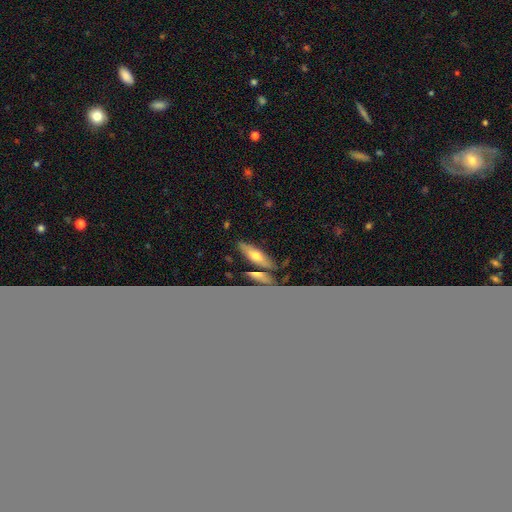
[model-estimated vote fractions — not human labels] smooth-or-featured: smooth: 58% | featured or disk: 36% | star or artifact: 6%
  how-rounded: cigar-shaped: 61% | in between: 37% | round: 2%
  merging: none: 80% | minor disturbance: 15% | major disturbance: 3% | merger: 2%